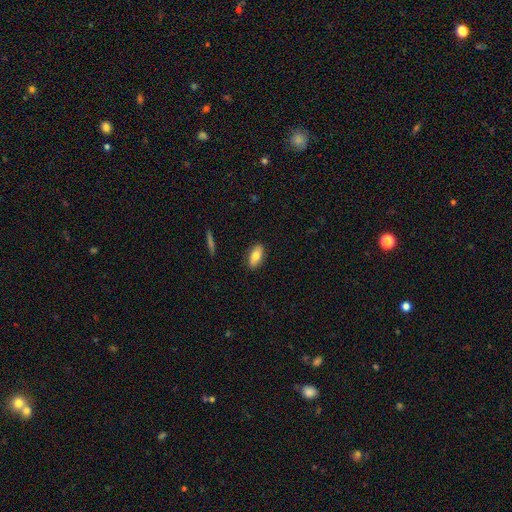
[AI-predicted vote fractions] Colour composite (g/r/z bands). It shows a smooth galaxy with no disk features (77%) that is in between round and cigar-shaped (86%). Merging: none (88%).